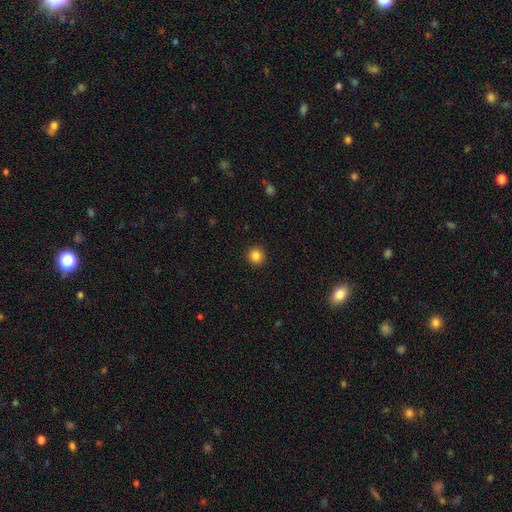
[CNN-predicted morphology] A smooth galaxy with no disk features (85%) that is round (94%).

Vote fractions:
- Smooth or featured? smooth: 85% / star or artifact: 11% / featured or disk: 4%
- How rounded? round: 94% / in between: 5% / cigar-shaped: 1%
- Merging? none: 92% / minor disturbance: 5% / major disturbance: 2% / merger: 1%